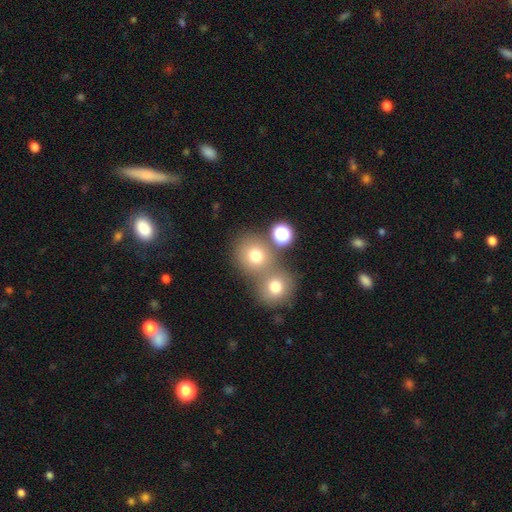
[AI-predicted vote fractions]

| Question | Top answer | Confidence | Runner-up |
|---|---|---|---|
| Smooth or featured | smooth | 73% | star or artifact (15%) |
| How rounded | round | 80% | in between (19%) |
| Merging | none | 47% | merger (41%) |